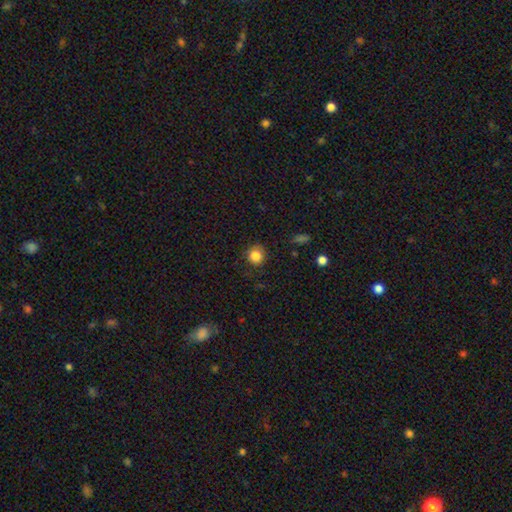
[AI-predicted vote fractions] This is clearly a smooth galaxy (84%). How rounded: clearly round (89%). Merging: clearly none (84%).